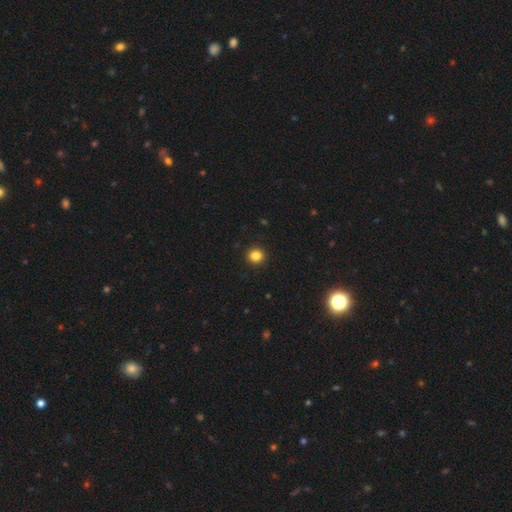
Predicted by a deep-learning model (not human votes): A smooth galaxy with no disk features (85%) that is round (90%). Merging: none (93%).